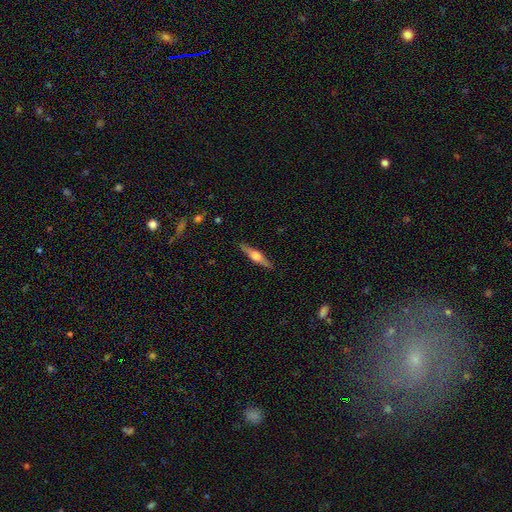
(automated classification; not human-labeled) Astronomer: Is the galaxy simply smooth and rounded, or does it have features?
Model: featured or disk — 67%.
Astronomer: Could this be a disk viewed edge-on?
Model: yes — 97%.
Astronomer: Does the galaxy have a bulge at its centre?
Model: rounded — 90%.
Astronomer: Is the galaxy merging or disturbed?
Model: none — 89%.